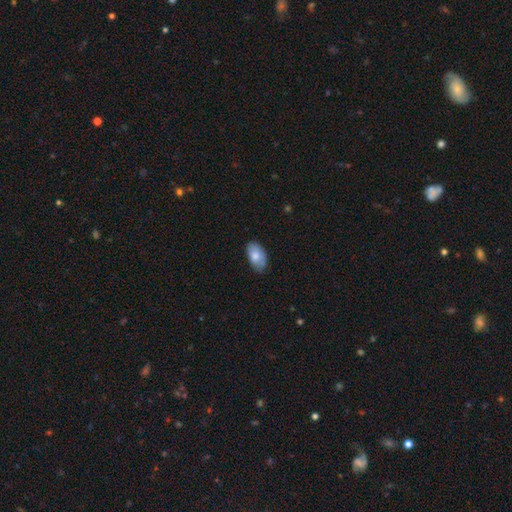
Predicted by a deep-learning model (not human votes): A smooth galaxy with no disk features (80%) that is in between round and cigar-shaped (94%).

Vote fractions:
- Smooth or featured? smooth: 80% / featured or disk: 14% / star or artifact: 6%
- How rounded? in between: 94% / round: 4% / cigar-shaped: 2%
- Merging? none: 76% / minor disturbance: 20% / major disturbance: 3% / merger: 1%